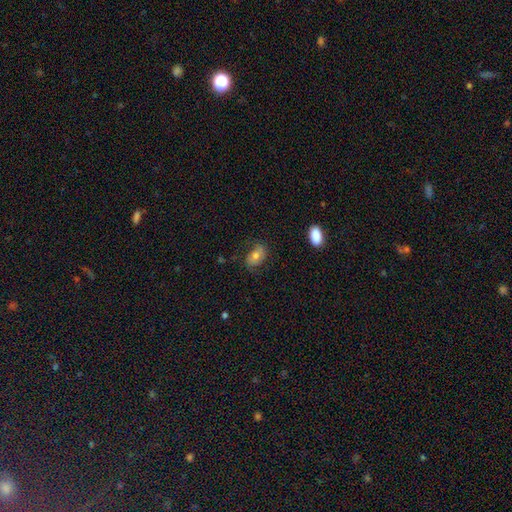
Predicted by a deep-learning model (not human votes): Smooth or featured: smooth — 65% (featured or disk — 25%)
How rounded: in between — 85% (round — 13%)
Merging: none — 69% (minor disturbance — 21%)